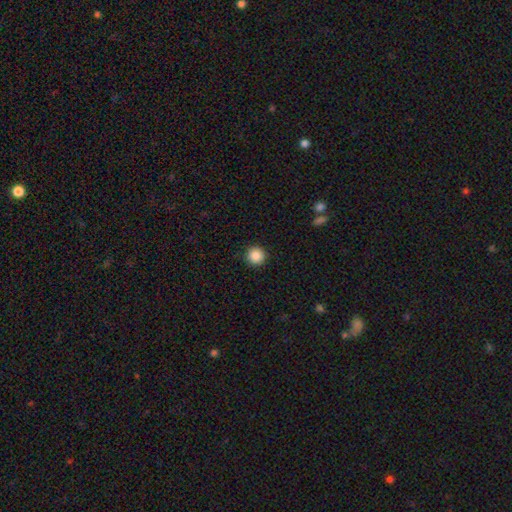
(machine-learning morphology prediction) Smooth or featured?
  - smooth: 88% *
  - star or artifact: 9%
  - featured or disk: 3%
How rounded?
  - round: 96% *
  - in between: 3%
  - cigar-shaped: 1%
Merging?
  - none: 92% *
  - minor disturbance: 5%
  - major disturbance: 2%
  - merger: 1%